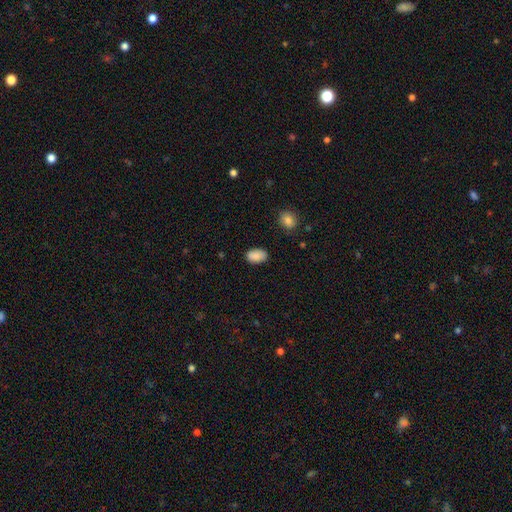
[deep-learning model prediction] This appears to be a smooth galaxy with no disk features (88%) that is in between round and cigar-shaped (89%). Merging: none (82%).